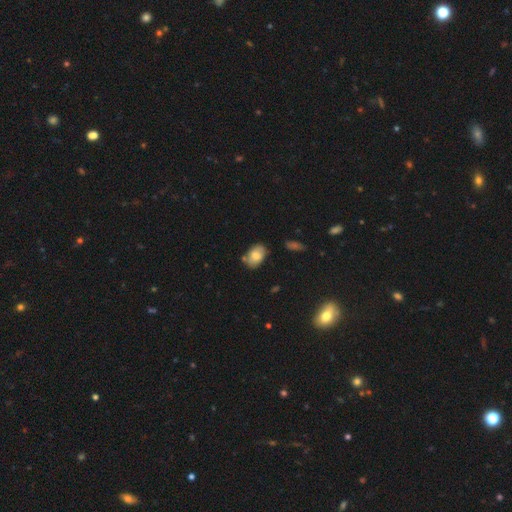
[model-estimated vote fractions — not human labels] smooth 69%, featured or disk 23%, star or artifact 8%. Down the decision tree: how rounded — in between (86%); merging — none (66%).